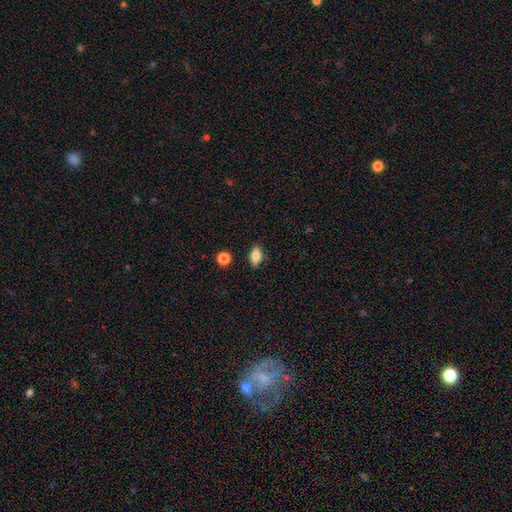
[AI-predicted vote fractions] smooth_or_featured: smooth (p=0.81) [alt: featured or disk p=0.11]
how_rounded: in between (p=0.85) [alt: cigar-shaped p=0.08]
merging: none (p=0.84) [alt: minor disturbance p=0.11]